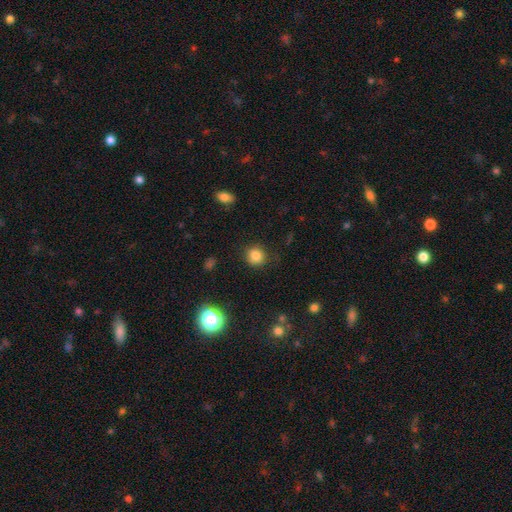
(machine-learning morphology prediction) This appears to be a smooth galaxy with no disk features (81%) that is round (88%). Merging: none (86%).